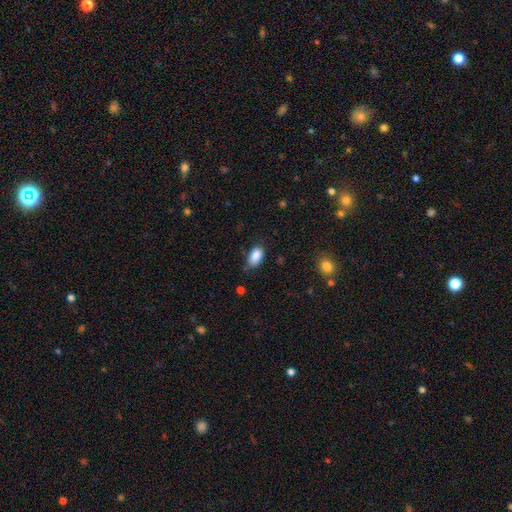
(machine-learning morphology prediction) A smooth galaxy with no disk features (87%) that is in between round and cigar-shaped (92%). Merging: none (72%).